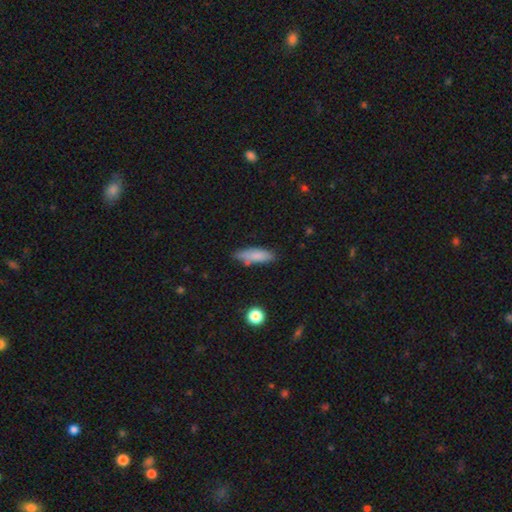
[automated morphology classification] A smooth galaxy with no disk features (81%) that is in between round and cigar-shaped (50%).

Vote fractions:
- Smooth or featured? smooth: 81% / featured or disk: 12% / star or artifact: 7%
- How rounded? in between: 50% / cigar-shaped: 48% / round: 2%
- Merging? none: 72% / minor disturbance: 19% / merger: 5% / major disturbance: 4%